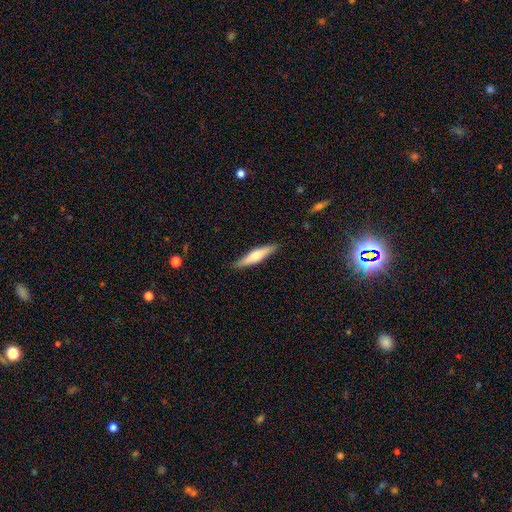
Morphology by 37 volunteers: smooth 54%, featured or disk 46%, star or artifact 0%. Down the decision tree: how rounded — cigar-shaped (80%); merging — none (92%).